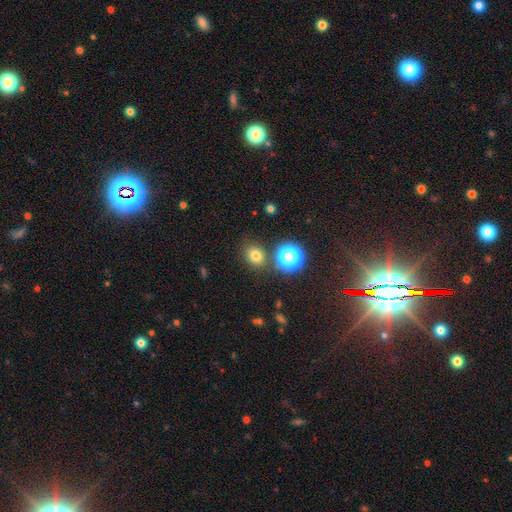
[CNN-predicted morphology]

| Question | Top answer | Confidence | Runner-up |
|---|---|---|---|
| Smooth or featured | smooth | 73% | star or artifact (20%) |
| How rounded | round | 68% | in between (31%) |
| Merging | none | 80% | minor disturbance (9%) |